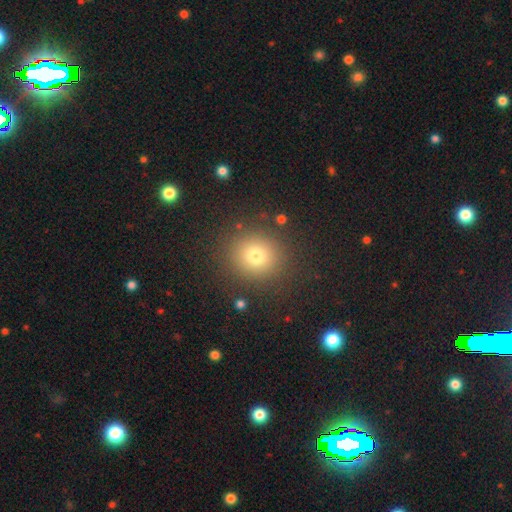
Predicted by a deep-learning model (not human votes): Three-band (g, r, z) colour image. It shows a smooth galaxy with no disk features (74%) that is round (89%). Merging: none (87%).